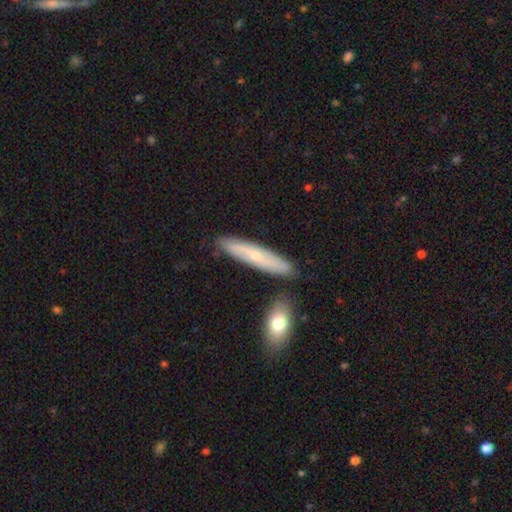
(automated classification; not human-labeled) This is possibly a smooth galaxy (51%). How rounded: clearly cigar-shaped (85%). Merging: likely none (80%).